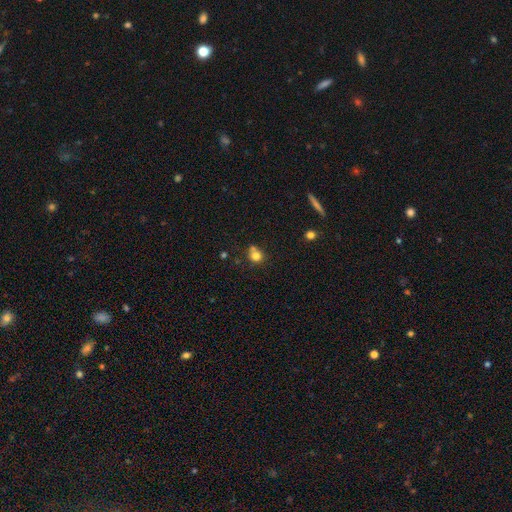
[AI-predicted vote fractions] A smooth galaxy with no disk features (77%) that is round (83%).

Vote fractions:
- Smooth or featured? smooth: 77% / star or artifact: 13% / featured or disk: 10%
- How rounded? round: 83% / in between: 16% / cigar-shaped: 1%
- Merging? none: 54% / merger: 30% / minor disturbance: 12% / major disturbance: 4%